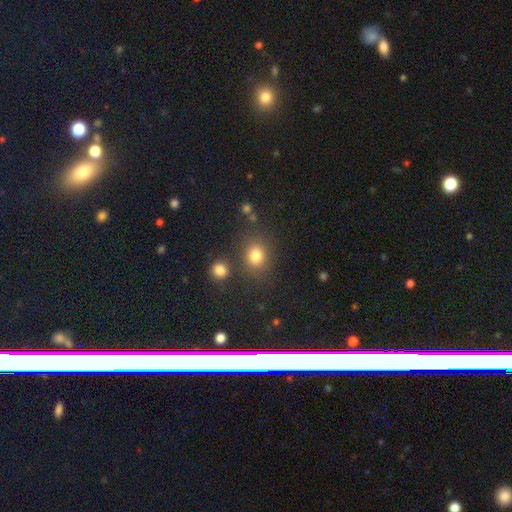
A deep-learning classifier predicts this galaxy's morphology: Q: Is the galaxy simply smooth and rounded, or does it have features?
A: smooth — 80%.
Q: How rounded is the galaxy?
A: round — 74%.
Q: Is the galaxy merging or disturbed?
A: none — 77%.